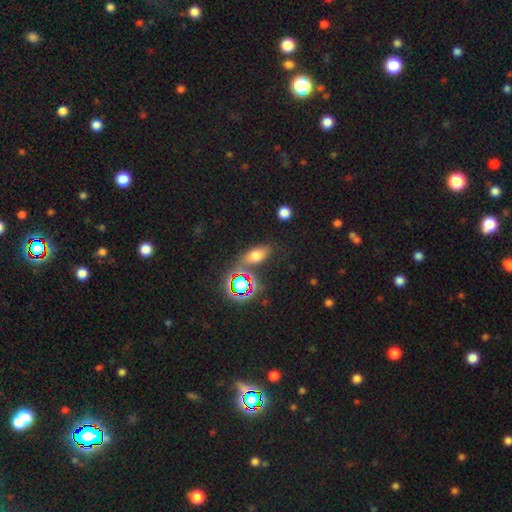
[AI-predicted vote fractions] smooth-or-featured: smooth: 63% | star or artifact: 24% | featured or disk: 13%
  how-rounded: in between: 81% | round: 11% | cigar-shaped: 8%
  merging: none: 72% | minor disturbance: 14% | merger: 8% | major disturbance: 6%